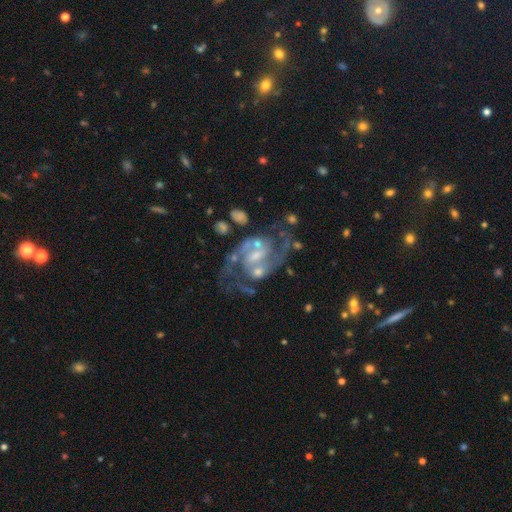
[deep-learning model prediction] Smooth or featured? Predicted: featured or disk (p=0.90). Edge-on disk? Predicted: no (p=0.98). Bar? Predicted: weak (p=0.52). Spiral arms? Predicted: yes (p=0.96). Spiral winding? Predicted: medium (p=0.59). Spiral arm count? Predicted: 2 (p=0.87). Bulge size? Predicted: small (p=0.50). Merging? Predicted: none (p=0.57).